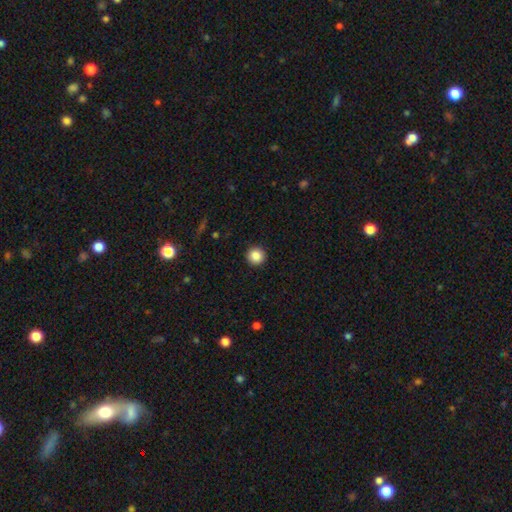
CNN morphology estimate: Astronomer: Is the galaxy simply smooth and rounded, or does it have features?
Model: smooth — 87%.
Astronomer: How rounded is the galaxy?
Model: round — 95%.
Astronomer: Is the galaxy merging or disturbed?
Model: none — 93%.